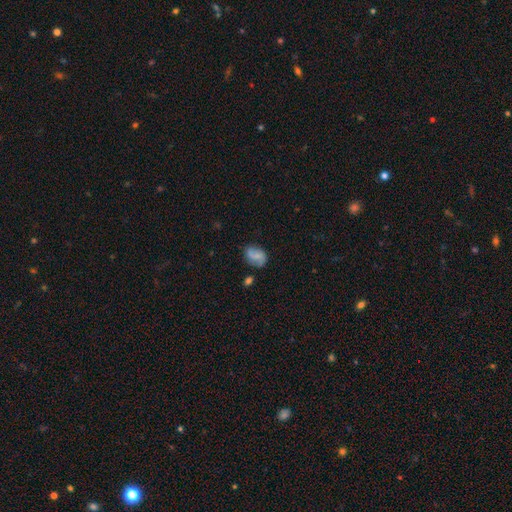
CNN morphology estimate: type=smooth (45%, tied with featured or disk); merging=none (64%).